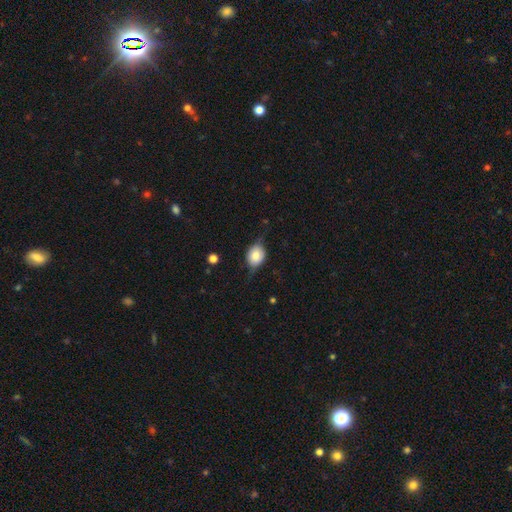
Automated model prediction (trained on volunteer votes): smooth 61%, featured or disk 30%, star or artifact 9%. Down the decision tree: how rounded — round (55%); merging — none (60%).